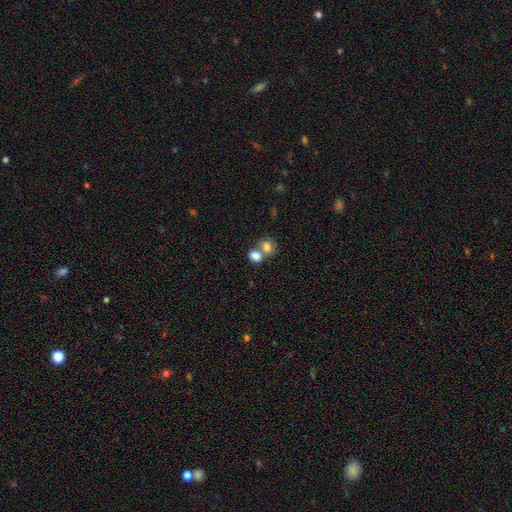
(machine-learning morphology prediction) Q: Smooth or featured?
A: smooth (80%); runner-up: featured or disk (11%)
Q: How rounded?
A: in between (56%); runner-up: round (43%)
Q: Merging?
A: merger (59%); runner-up: none (29%)